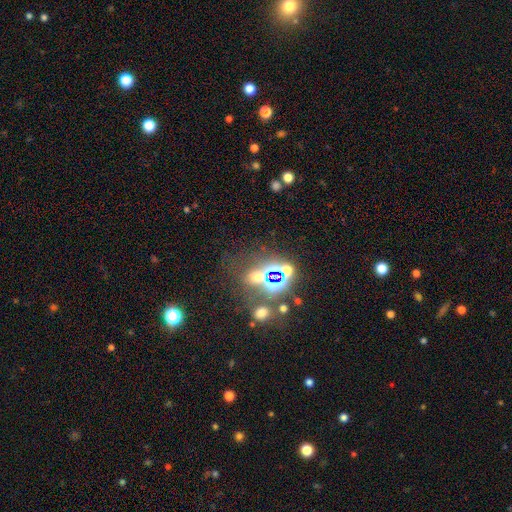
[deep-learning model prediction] This is likely a star or artifact rather than a galaxy (77%).